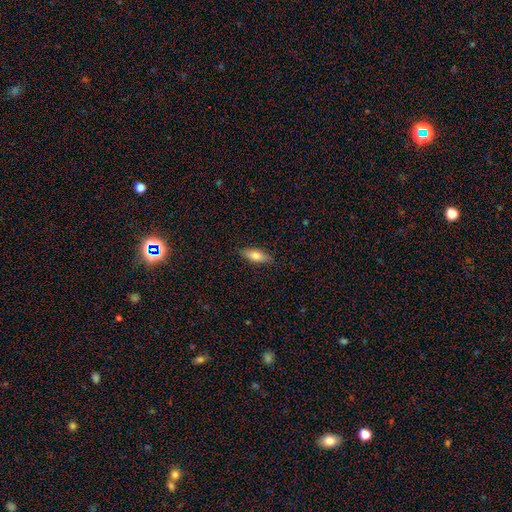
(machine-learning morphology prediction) This appears to be a smooth galaxy with no disk features (74%) that is in between round and cigar-shaped (71%). Merging: none (86%).